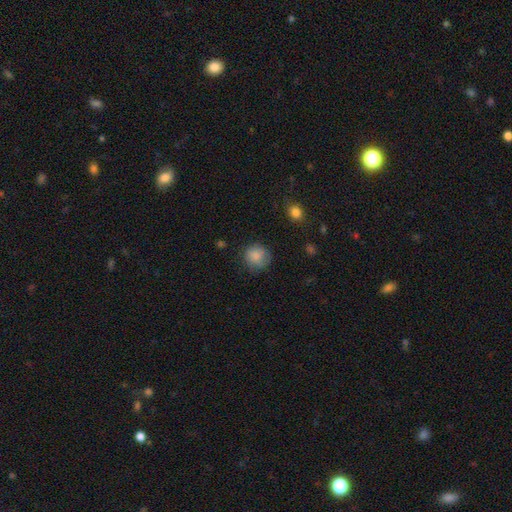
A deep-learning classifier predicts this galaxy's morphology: Smooth or featured: smooth — 85% (star or artifact — 9%)
How rounded: round — 88% (in between — 11%)
Merging: none — 75% (minor disturbance — 18%)